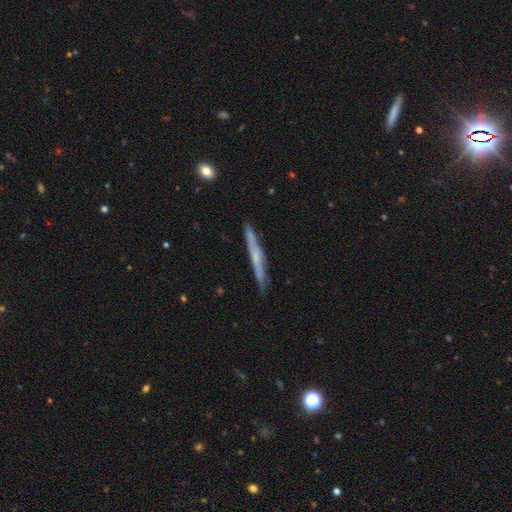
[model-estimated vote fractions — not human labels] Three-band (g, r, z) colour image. It shows a featured or disk galaxy (59%) viewed edge-on (96%) with no central bulge (59%). Merging: none (87%).